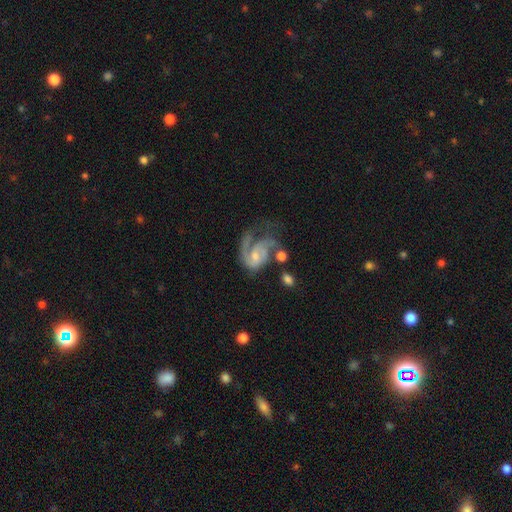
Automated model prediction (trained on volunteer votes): Morphology: type=featured or disk (85%); edge-on=no (98%); bar=no (52%); spiral arms=yes (94%); winding=medium (47%); arm count=2 (40%); bulge=small (53%); merging=major disturbance (38%).